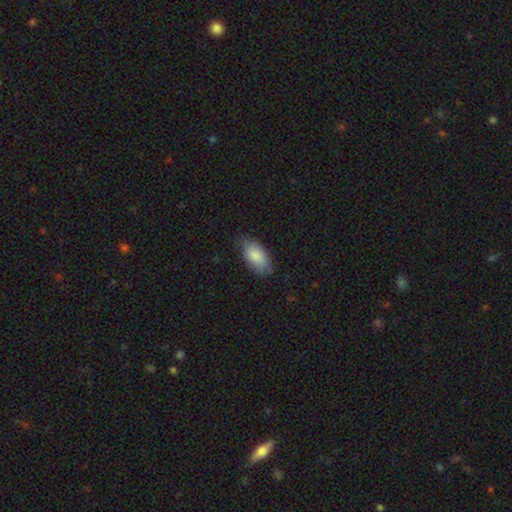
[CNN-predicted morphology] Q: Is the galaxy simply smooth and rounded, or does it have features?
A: smooth — 86%.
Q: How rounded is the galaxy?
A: in between — 93%.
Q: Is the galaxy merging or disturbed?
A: none — 73%.